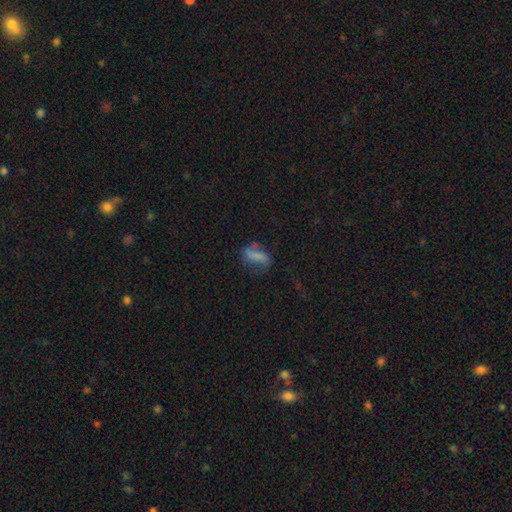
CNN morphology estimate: A smooth galaxy with no disk features (61%) that is in between round and cigar-shaped (75%). Merging: none (47%).